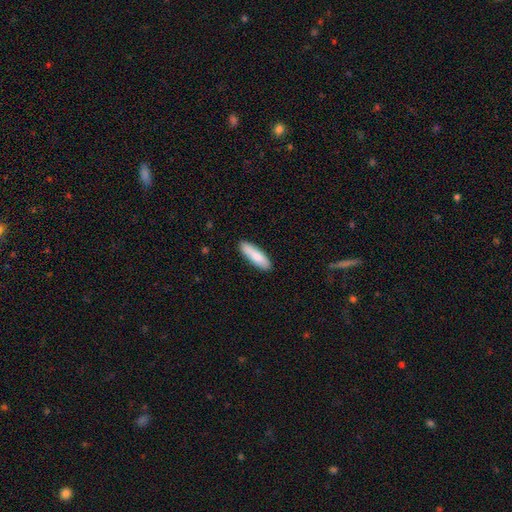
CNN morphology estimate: This is clearly a smooth galaxy (83%). How rounded: possibly cigar-shaped (59%). Merging: clearly none (86%).